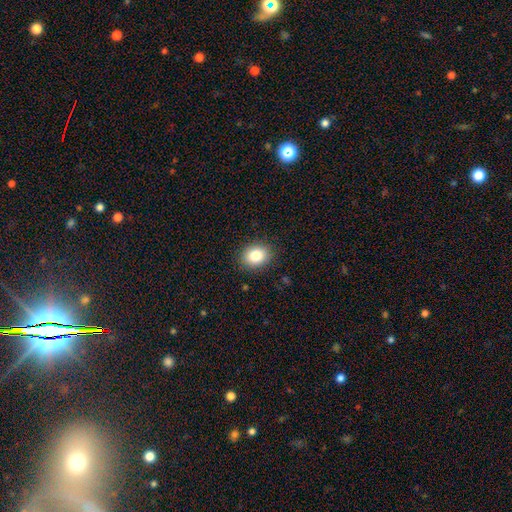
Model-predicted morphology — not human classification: A smooth galaxy with no disk features (84%) that is round (53%).

Vote fractions:
- Smooth or featured? smooth: 84% / star or artifact: 9% / featured or disk: 7%
- How rounded? round: 53% / in between: 46% / cigar-shaped: 1%
- Merging? none: 88% / minor disturbance: 8% / major disturbance: 2% / merger: 1%